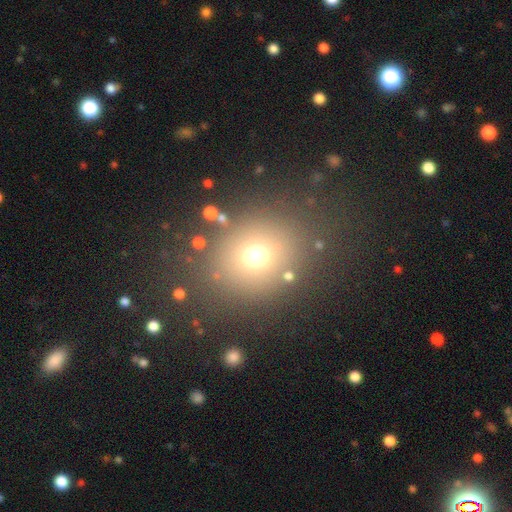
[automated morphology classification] Smooth or featured? smooth (67%)
How rounded? round (74%)
Merging? none (80%)